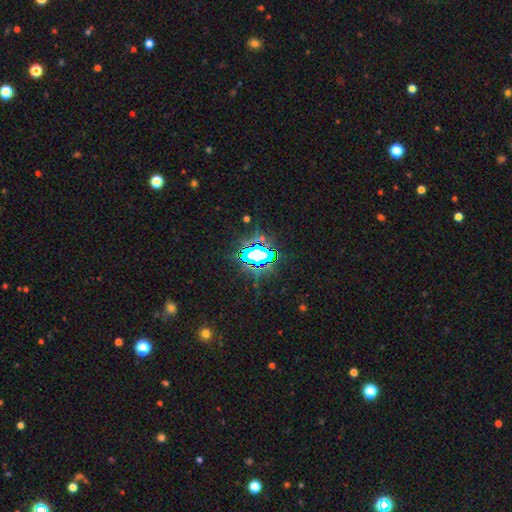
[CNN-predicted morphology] smooth-or-featured: star or artifact: 74% | smooth: 14% | featured or disk: 12%